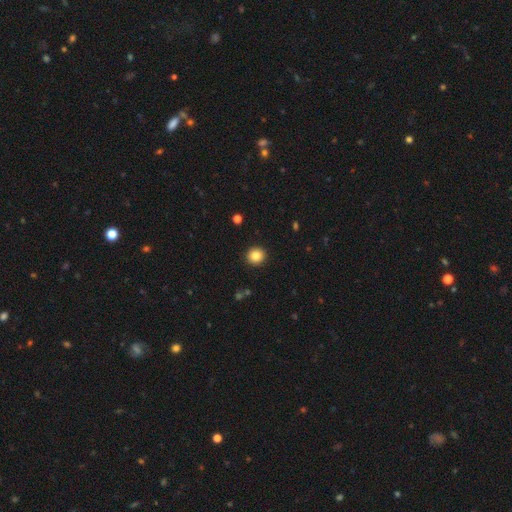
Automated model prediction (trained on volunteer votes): Overall: smooth (84%). How rounded: round (92%). Merging: none (92%).